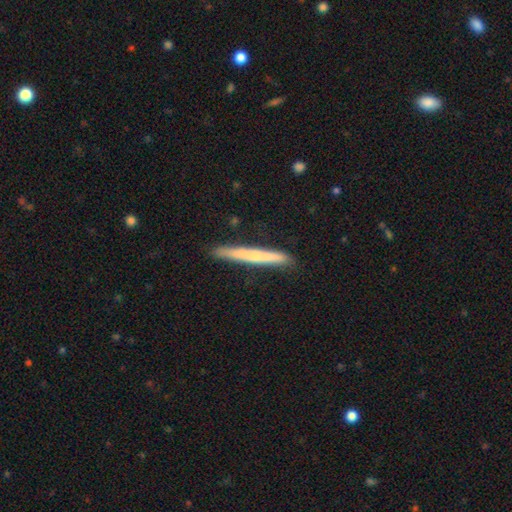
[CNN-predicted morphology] A smooth galaxy with no disk features (58%) that is cigar-shaped (97%). Merging: none (88%).